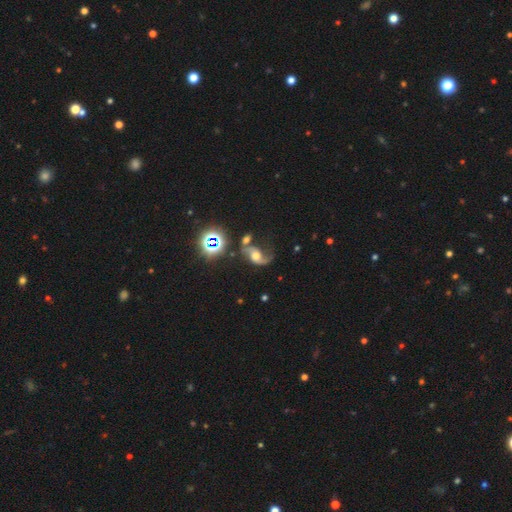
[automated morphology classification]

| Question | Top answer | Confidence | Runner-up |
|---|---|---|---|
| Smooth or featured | featured or disk | 72% | star or artifact (14%) |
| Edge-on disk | no | 96% | yes (4%) |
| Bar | no | 64% | weak (27%) |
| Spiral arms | yes | 91% | no (9%) |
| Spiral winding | loose | 73% | medium (22%) |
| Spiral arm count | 2 | 77% | 1 (16%) |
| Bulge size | moderate | 58% | large (20%) |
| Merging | none | 40% | major disturbance (22%) |